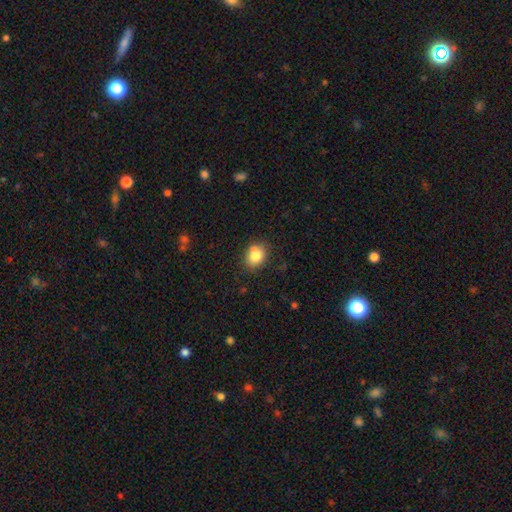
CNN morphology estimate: Smooth or featured? Predicted: smooth (p=0.79). How rounded? Predicted: round (p=0.52). Merging? Predicted: none (p=0.68).